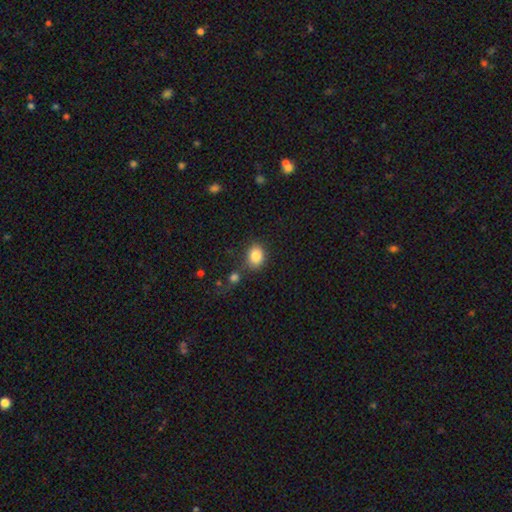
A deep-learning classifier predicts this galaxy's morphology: The model was most divided on "how rounded": in between: 57%, round: 42%, cigar-shaped: 1%. More confident: smooth or featured — smooth (85%); merging — none (74%).